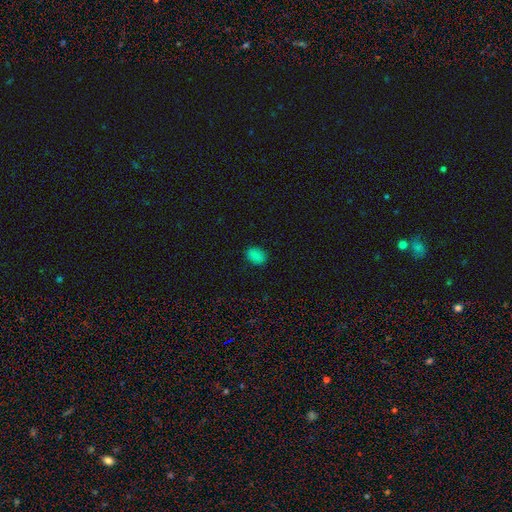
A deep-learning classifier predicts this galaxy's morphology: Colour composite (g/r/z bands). It shows a smooth galaxy with no disk features (83%) that is in between round and cigar-shaped (81%). Merging: none (85%).